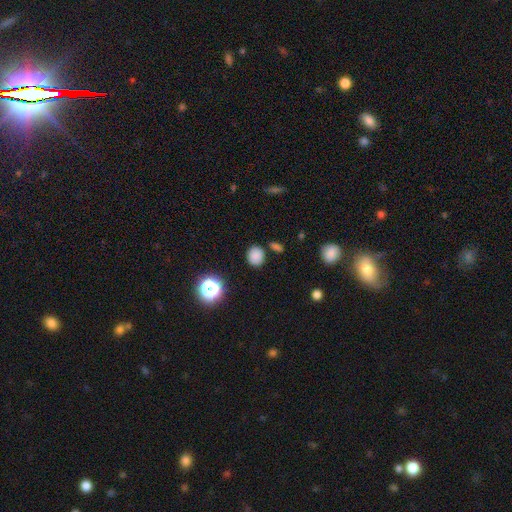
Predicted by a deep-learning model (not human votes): Smooth or featured?
  - smooth: 81% *
  - star or artifact: 14%
  - featured or disk: 5%
How rounded?
  - round: 72% *
  - in between: 27%
  - cigar-shaped: 1%
Merging?
  - none: 82% *
  - minor disturbance: 11%
  - merger: 5%
  - major disturbance: 3%